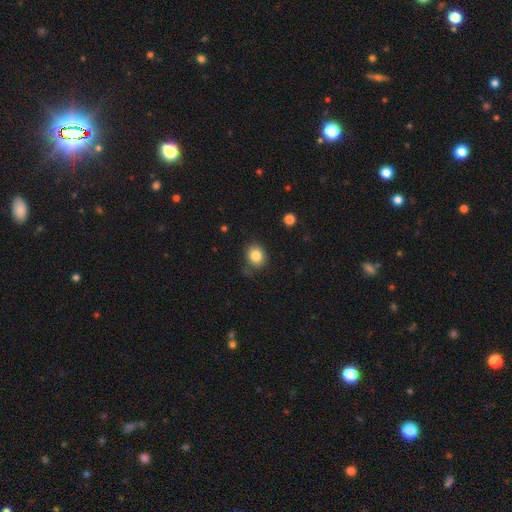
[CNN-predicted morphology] A smooth galaxy with no disk features (84%) that is round (68%). Merging: none (79%).